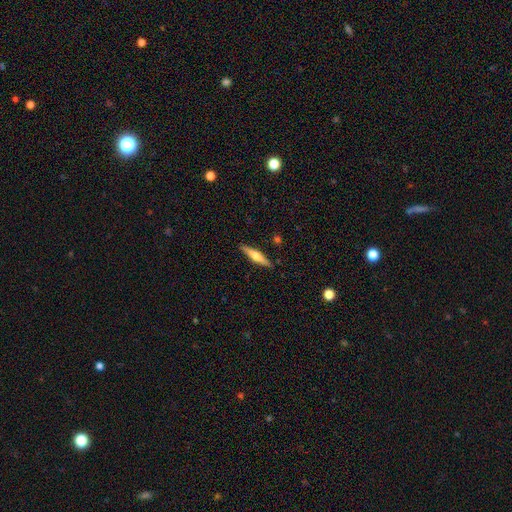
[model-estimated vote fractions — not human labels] This appears to be a featured or disk galaxy (59%) viewed edge-on (97%) with a rounded central bulge (89%). Merging: none (90%).